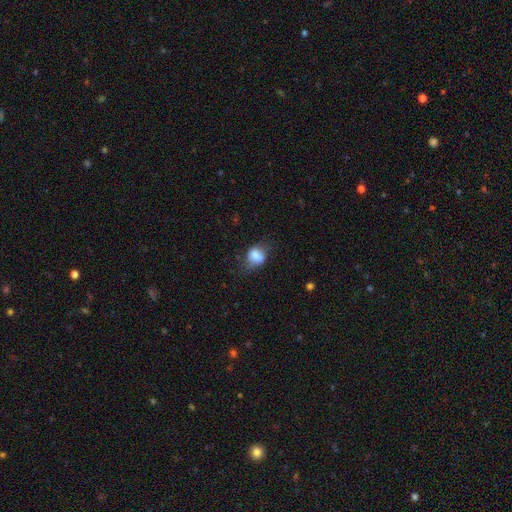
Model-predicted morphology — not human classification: Overall: smooth (74%). How rounded: in between (58%; round 41%). Merging: none (46%; minor disturbance 33%).